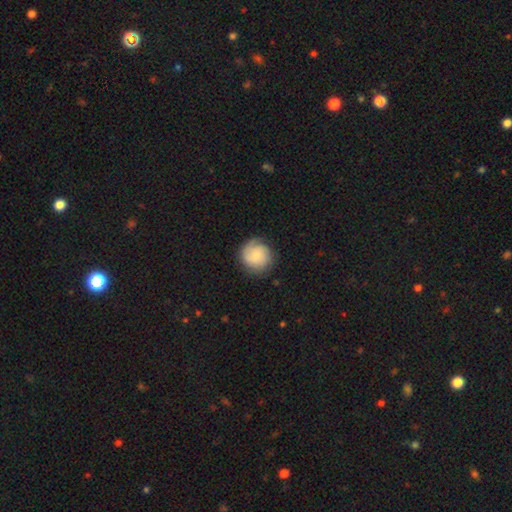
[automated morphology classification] Overall: smooth (58%; featured or disk 35%). How rounded: round (91%). Merging: none (79%).